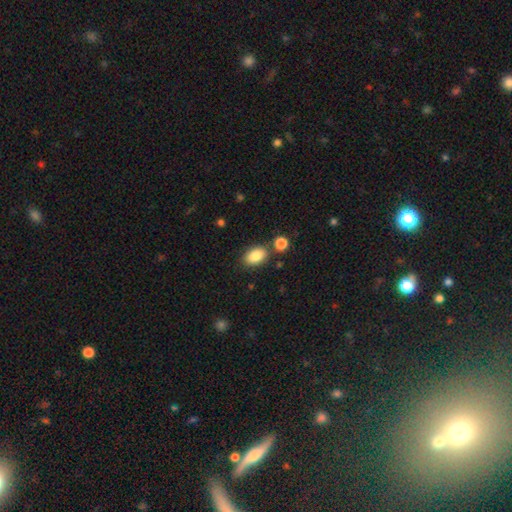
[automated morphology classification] smooth_or_featured: smooth (p=0.86) [alt: star or artifact p=0.08]
how_rounded: in between (p=0.90) [alt: round p=0.09]
merging: none (p=0.77) [alt: minor disturbance p=0.12]